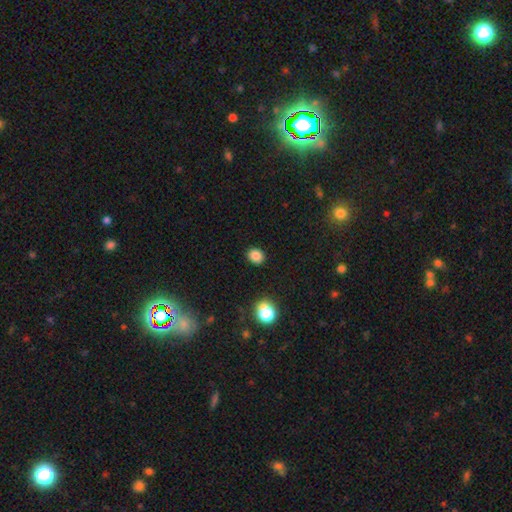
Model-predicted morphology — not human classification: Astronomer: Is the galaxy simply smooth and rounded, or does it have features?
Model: smooth — 85%.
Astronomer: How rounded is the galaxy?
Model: round — 67%.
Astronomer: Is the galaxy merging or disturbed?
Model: none — 89%.